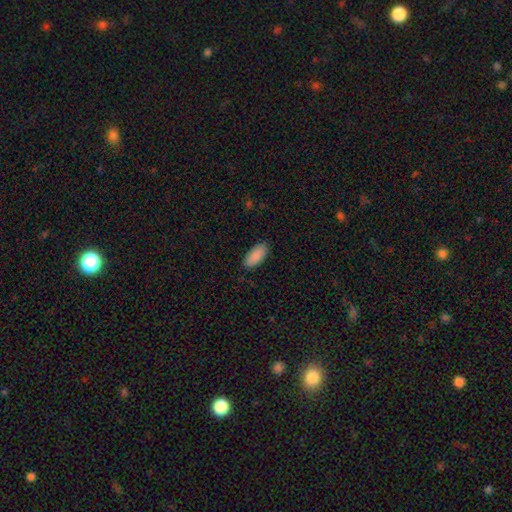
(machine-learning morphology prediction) Smooth or featured? smooth (90%)
How rounded? in between (91%)
Merging? none (87%)